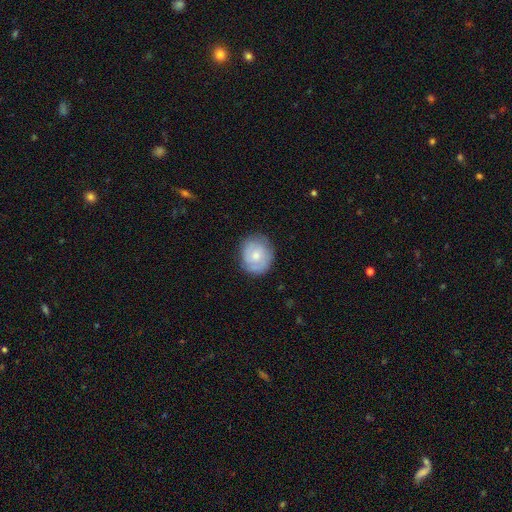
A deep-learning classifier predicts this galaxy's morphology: Smooth or featured? smooth (53%)
How rounded? round (71%)
Merging? none (76%)